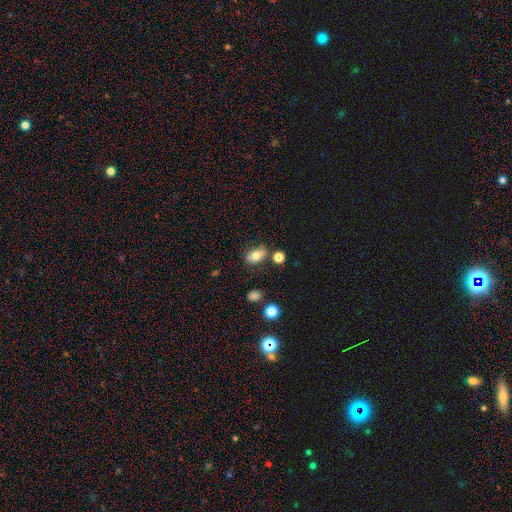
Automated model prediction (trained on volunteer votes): smooth_or_featured: smooth (p=0.74) [alt: featured or disk p=0.15]
how_rounded: in between (p=0.84) [alt: round p=0.14]
merging: none (p=0.70) [alt: minor disturbance p=0.19]